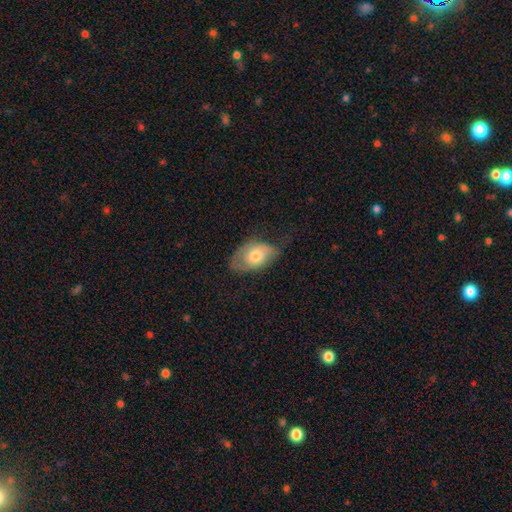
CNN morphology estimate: Smooth or featured? Predicted: smooth (p=0.59). How rounded? Predicted: in between (p=0.90). Merging? Predicted: none (p=0.48).